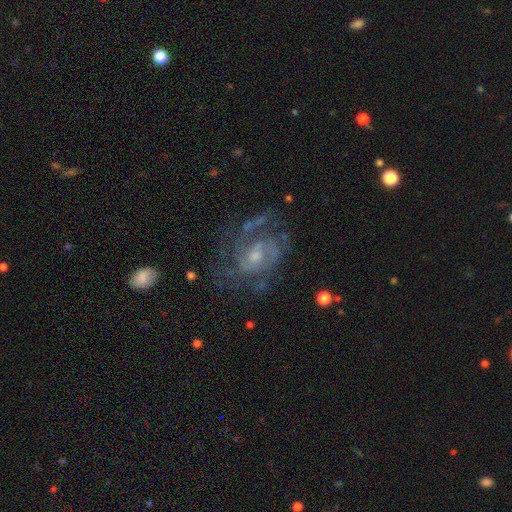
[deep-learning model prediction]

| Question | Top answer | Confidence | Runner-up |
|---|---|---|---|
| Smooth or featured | featured or disk | 83% | smooth (9%) |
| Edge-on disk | no | 97% | yes (3%) |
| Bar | no | 64% | weak (32%) |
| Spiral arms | yes | 89% | no (11%) |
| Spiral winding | tight | 44% | medium (42%) |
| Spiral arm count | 2 | 36% | can't tell (31%) |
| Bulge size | moderate | 46% | small (45%) |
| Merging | none | 57% | major disturbance (21%) |